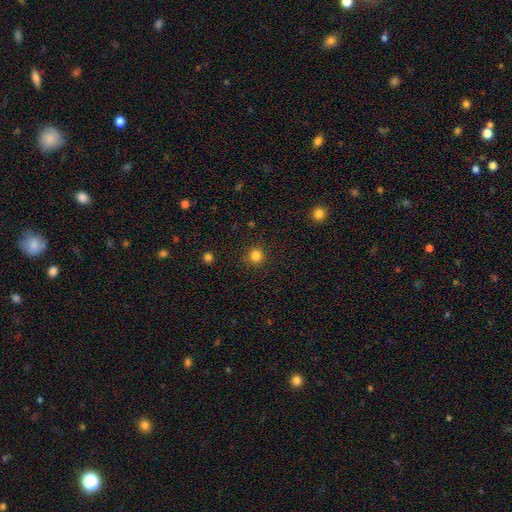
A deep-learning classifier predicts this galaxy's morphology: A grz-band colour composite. It shows a smooth galaxy with no disk features (83%) that is round (94%). Merging: none (90%).